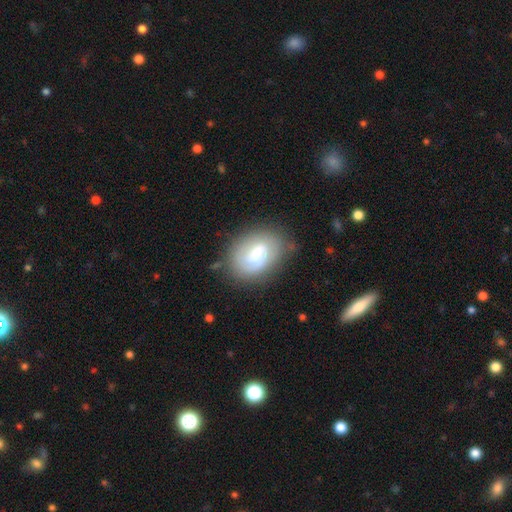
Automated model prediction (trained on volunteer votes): featured or disk 47%, smooth 45%, star or artifact 8%. Down the decision tree: merging — none (67%).